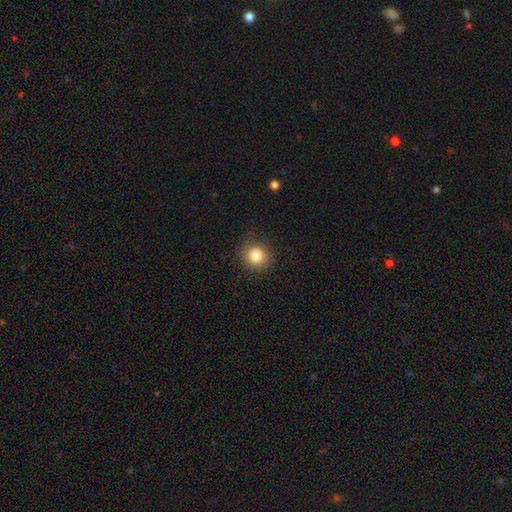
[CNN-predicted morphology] This is clearly a smooth galaxy (83%). How rounded: clearly round (86%). Merging: clearly none (85%).